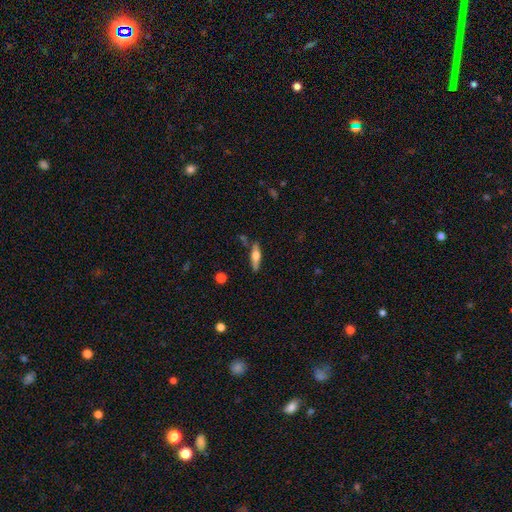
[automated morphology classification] Smooth or featured? featured or disk (48%)
Merging? none (80%)